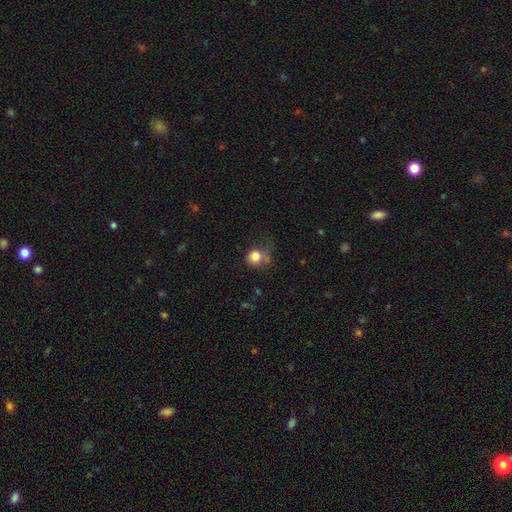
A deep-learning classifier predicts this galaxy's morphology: smooth-or-featured: smooth: 82% | star or artifact: 11% | featured or disk: 7%
  how-rounded: round: 80% | in between: 19% | cigar-shaped: 1%
  merging: none: 47% | minor disturbance: 29% | major disturbance: 18% | merger: 6%